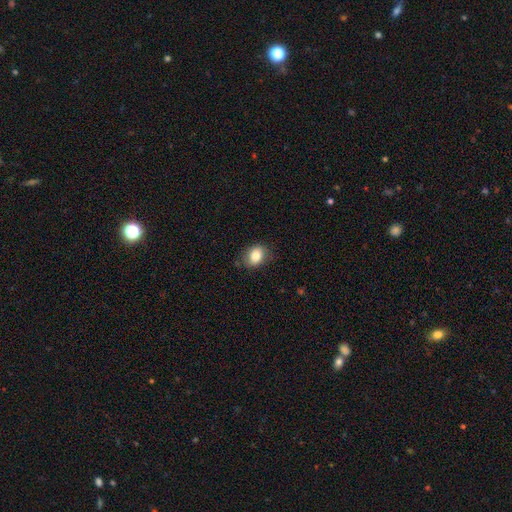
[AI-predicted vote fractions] smooth-or-featured: smooth: 83% | star or artifact: 9% | featured or disk: 9%
  how-rounded: in between: 60% | round: 39% | cigar-shaped: 1%
  merging: none: 80% | minor disturbance: 16% | major disturbance: 4% | merger: 1%